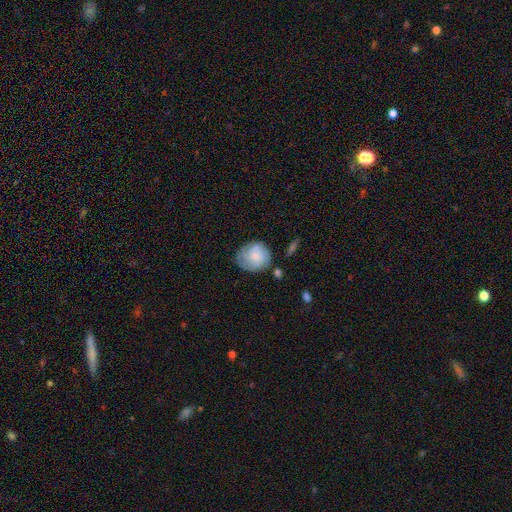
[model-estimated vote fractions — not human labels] Smooth or featured? Predicted: smooth (p=0.48). Merging? Predicted: none (p=0.67).